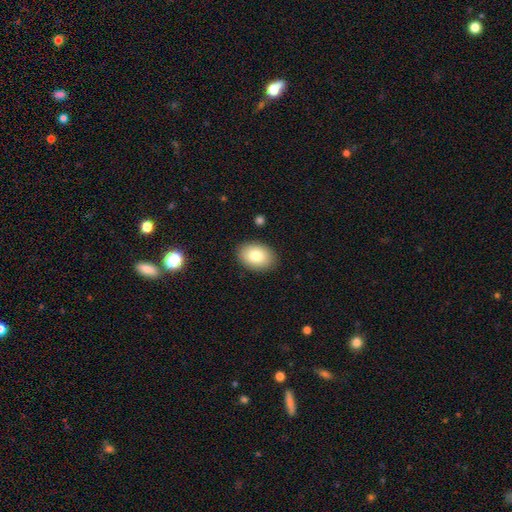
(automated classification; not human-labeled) Q: Smooth or featured?
A: smooth (82%); runner-up: featured or disk (10%)
Q: How rounded?
A: in between (83%); runner-up: round (16%)
Q: Merging?
A: none (88%); runner-up: minor disturbance (9%)